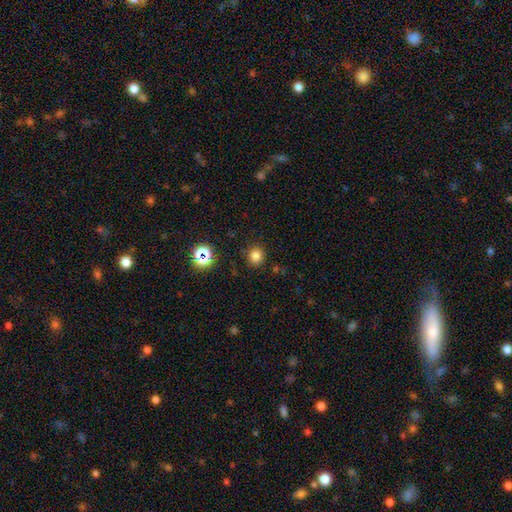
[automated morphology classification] Smooth or featured?
  - smooth: 78% *
  - star or artifact: 17%
  - featured or disk: 6%
How rounded?
  - round: 88% *
  - in between: 11%
  - cigar-shaped: 1%
Merging?
  - none: 88% *
  - minor disturbance: 8%
  - major disturbance: 3%
  - merger: 2%